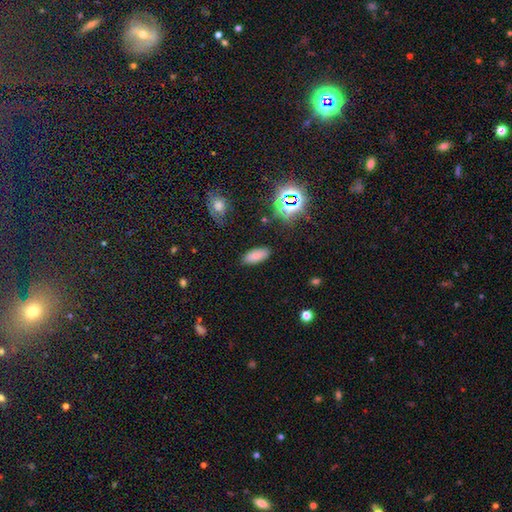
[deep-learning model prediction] The model was most divided on "smooth or featured": smooth: 77%, star or artifact: 15%, featured or disk: 8%. More confident: how rounded — in between (86%); merging — none (85%).